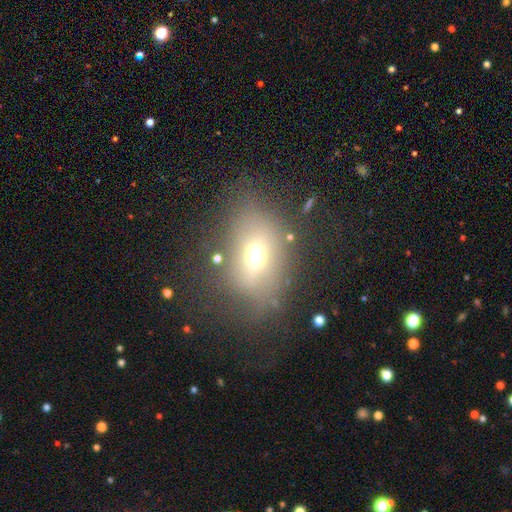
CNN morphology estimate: Overall: smooth (57%; featured or disk 25%). How rounded: in between (63%; round 34%). Merging: none (62%).